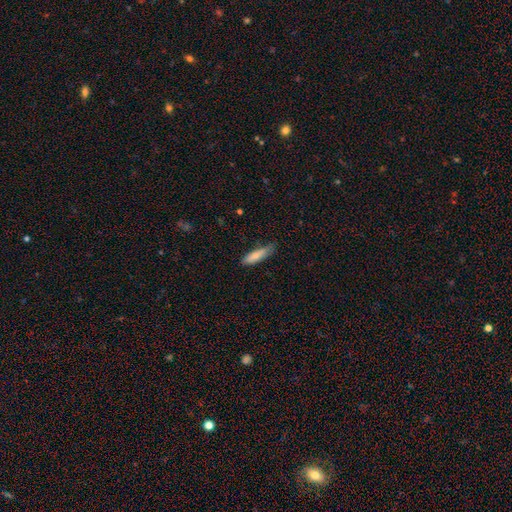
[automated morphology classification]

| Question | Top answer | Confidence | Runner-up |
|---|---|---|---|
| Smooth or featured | smooth | 80% | featured or disk (14%) |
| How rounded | cigar-shaped | 67% | in between (31%) |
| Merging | none | 67% | minor disturbance (28%) |